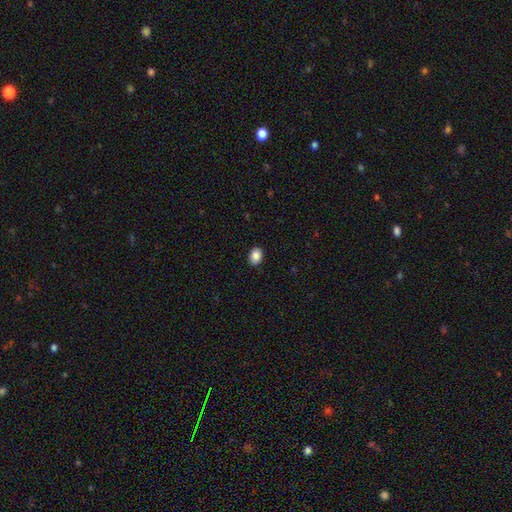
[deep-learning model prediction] The model was most divided on "how rounded": in between: 69%, round: 30%, cigar-shaped: 1%. More confident: merging — none (90%); smooth or featured — smooth (87%).